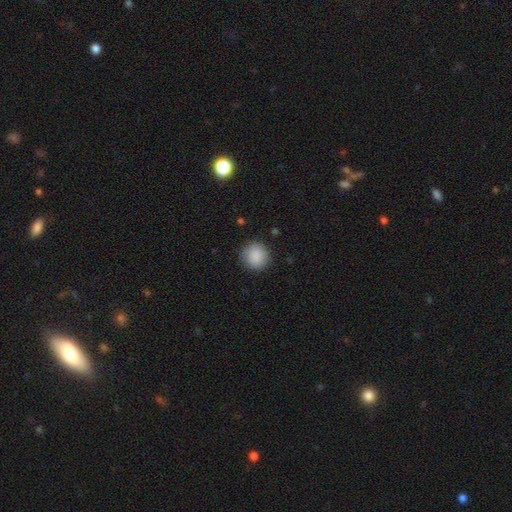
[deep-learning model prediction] Smooth or featured? Predicted: smooth (p=0.89). How rounded? Predicted: round (p=0.92). Merging? Predicted: none (p=0.88).